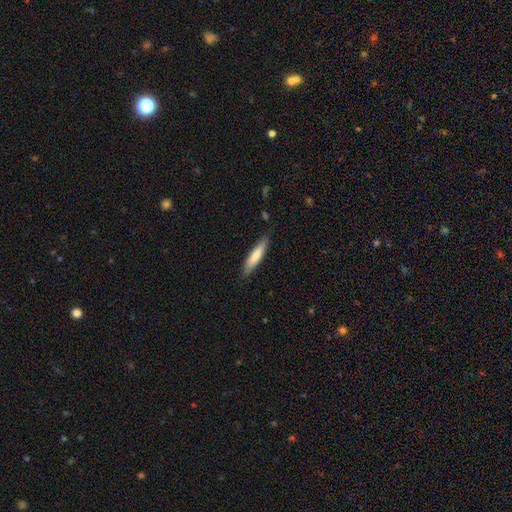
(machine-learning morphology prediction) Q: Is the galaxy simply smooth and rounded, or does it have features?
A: smooth — 75%.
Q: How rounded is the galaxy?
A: cigar-shaped — 84%.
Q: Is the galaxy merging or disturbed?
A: none — 84%.